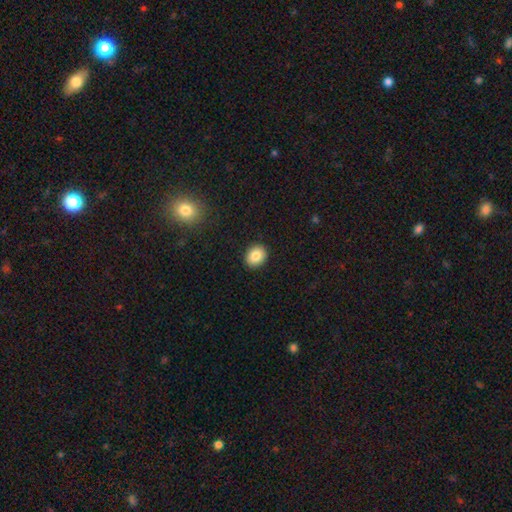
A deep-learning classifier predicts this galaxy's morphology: The model was most divided on "how rounded": in between: 51%, round: 48%, cigar-shaped: 1%. More confident: merging — none (90%); smooth or featured — smooth (85%).